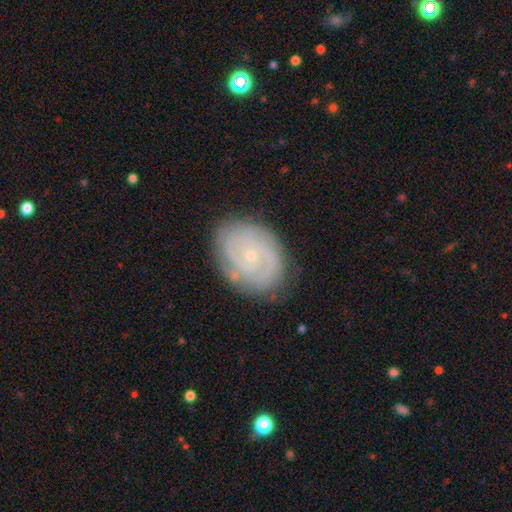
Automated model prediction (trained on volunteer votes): Smooth or featured? featured or disk (75%)
Edge-on disk? no (97%)
Bar? no (76%)
Spiral arms? yes (93%)
Spiral winding? tight (73%)
Spiral arm count? can't tell (34%)
Bulge size? small (82%)
Merging? none (82%)